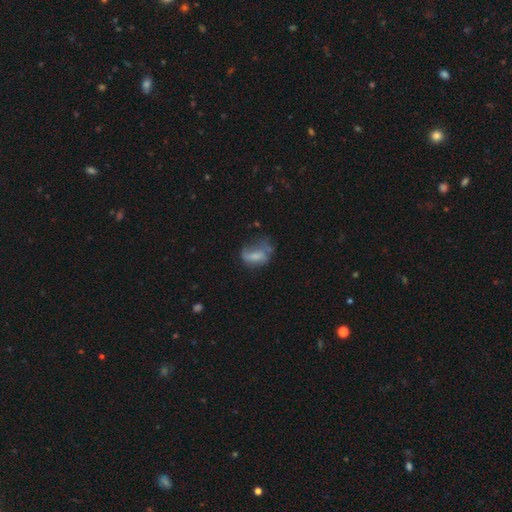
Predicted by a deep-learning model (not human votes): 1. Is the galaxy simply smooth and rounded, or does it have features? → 53% smooth, 37% featured or disk, 11% star or artifact.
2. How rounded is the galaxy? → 81% in between, 14% round, 5% cigar-shaped.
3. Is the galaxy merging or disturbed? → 38% major disturbance, 29% none, 28% minor disturbance, 5% merger.